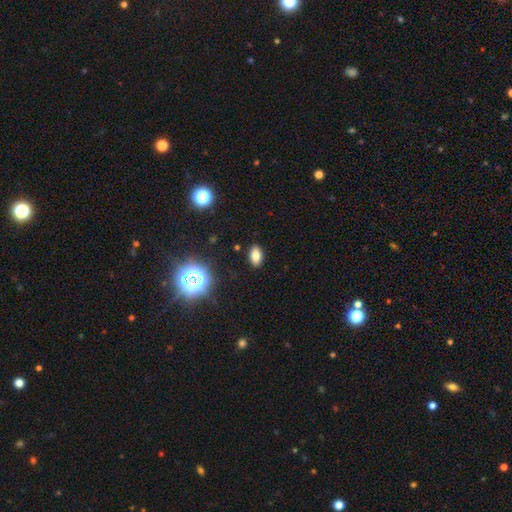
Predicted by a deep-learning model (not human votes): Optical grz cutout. It shows a smooth galaxy with no disk features (78%) that is in between round and cigar-shaped (88%). Merging: none (89%).